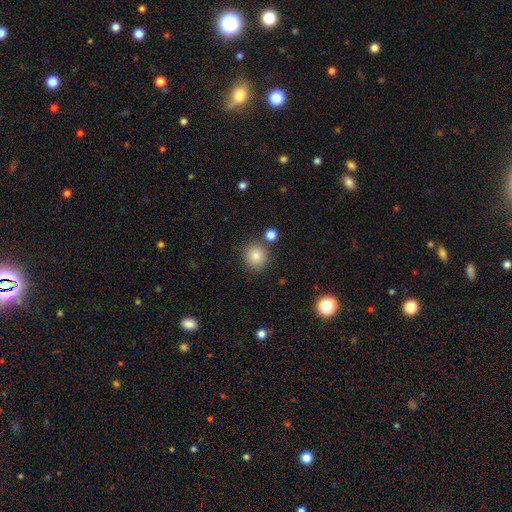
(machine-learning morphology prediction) This is clearly a smooth galaxy (84%). How rounded: clearly round (90%). Merging: clearly none (83%).